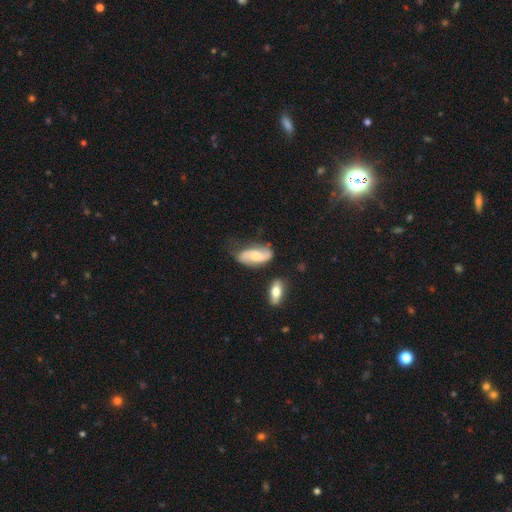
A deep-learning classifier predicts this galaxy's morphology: This appears to be a featured or disk galaxy (57%) with no bar (58%), spiral arms (89%) and a moderate central bulge (53%). Merging: none (58%).